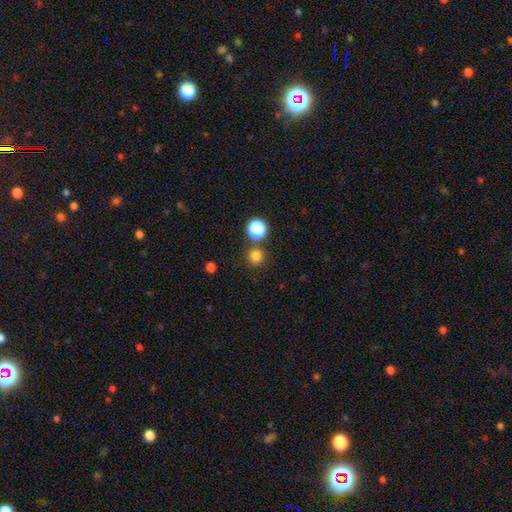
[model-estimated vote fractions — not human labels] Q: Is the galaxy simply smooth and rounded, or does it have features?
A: smooth — 79%.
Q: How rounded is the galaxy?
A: round — 94%.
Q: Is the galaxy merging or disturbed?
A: none — 82%.